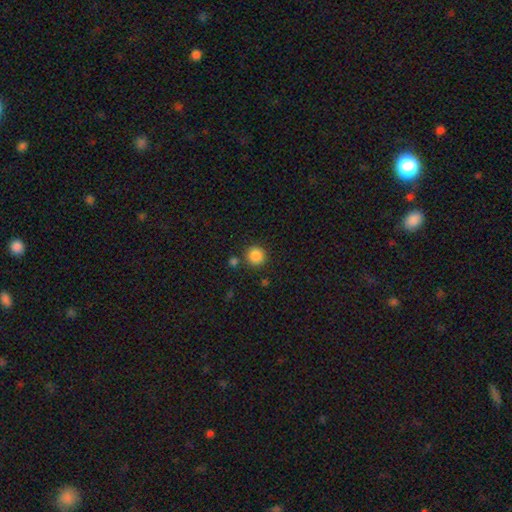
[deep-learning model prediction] Morphology: type=smooth (86%); roundness=round (93%); merging=none (84%).